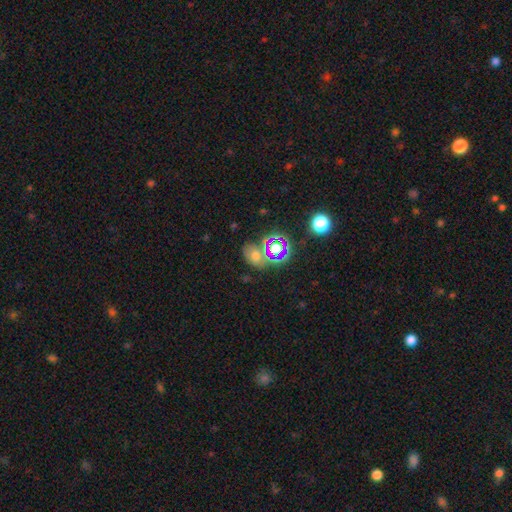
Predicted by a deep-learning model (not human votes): smooth-or-featured: smooth: 49% | star or artifact: 35% | featured or disk: 16%
  merging: none: 59% | merger: 17% | minor disturbance: 16% | major disturbance: 9%